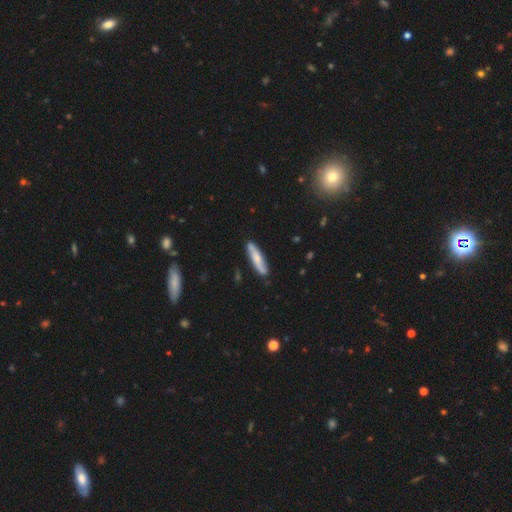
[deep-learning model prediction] Smooth or featured? smooth (52%)
How rounded? cigar-shaped (77%)
Merging? none (84%)